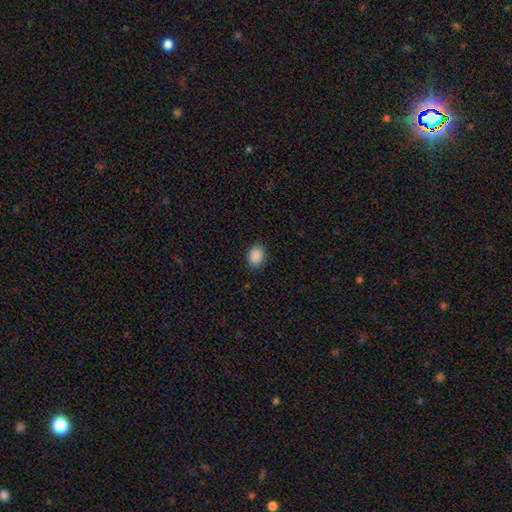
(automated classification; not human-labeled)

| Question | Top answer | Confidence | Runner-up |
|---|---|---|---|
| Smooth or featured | smooth | 89% | star or artifact (8%) |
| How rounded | in between | 63% | round (36%) |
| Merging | none | 88% | minor disturbance (9%) |